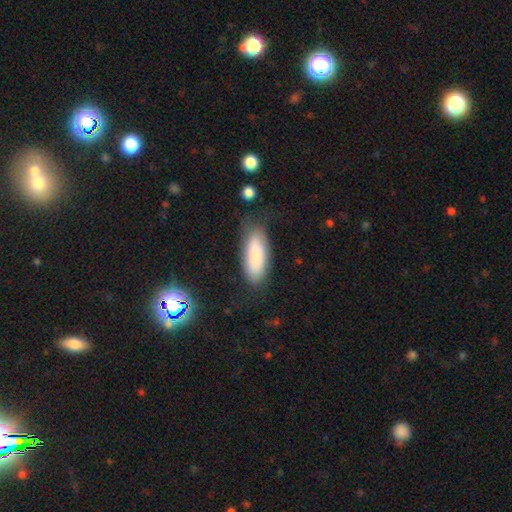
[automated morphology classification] smooth 81%, featured or disk 11%, star or artifact 7%. Down the decision tree: how rounded — in between (75%); merging — none (71%).